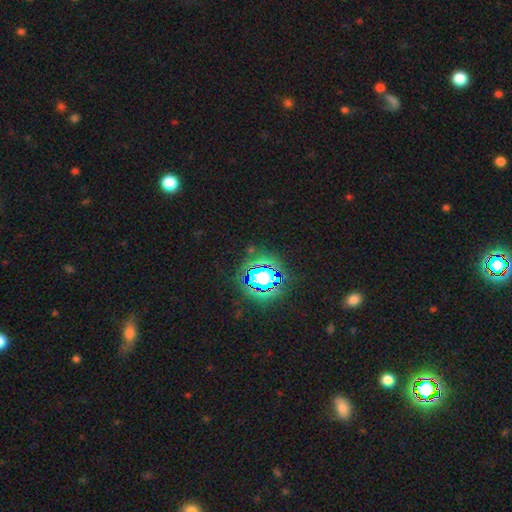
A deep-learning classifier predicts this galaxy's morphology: Smooth or featured: star or artifact — 80% (smooth — 12%)